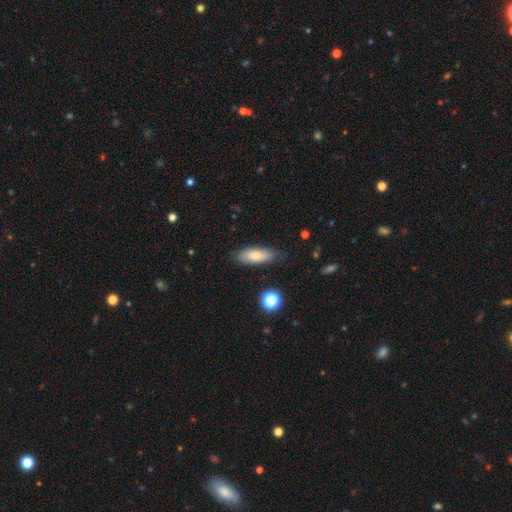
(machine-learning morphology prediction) Smooth or featured: smooth — 78% (featured or disk — 14%)
How rounded: in between — 68% (cigar-shaped — 29%)
Merging: none — 80% (minor disturbance — 15%)